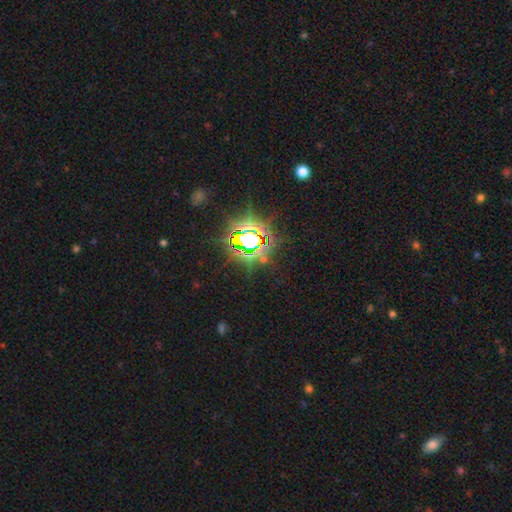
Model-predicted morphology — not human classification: This appears to be a star or artifact, not a galaxy (82%).